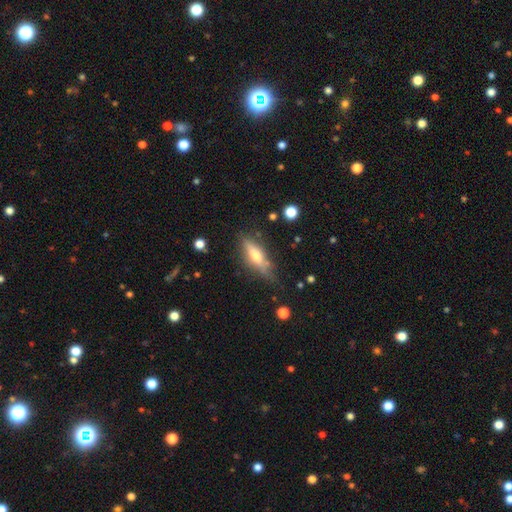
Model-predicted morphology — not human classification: Q: Smooth or featured?
A: featured or disk (47%); runner-up: smooth (46%)
Q: Merging?
A: none (73%); runner-up: minor disturbance (19%)